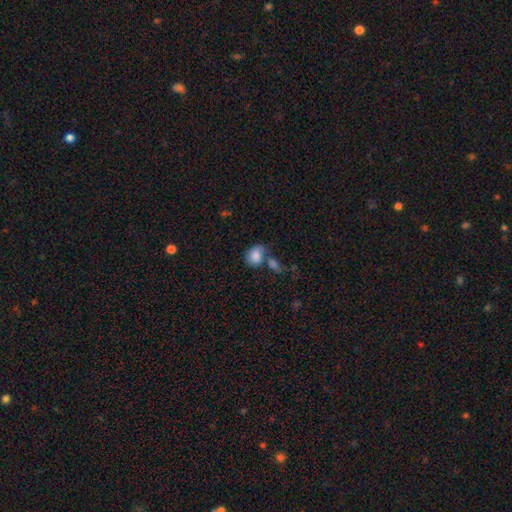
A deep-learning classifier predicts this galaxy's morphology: A smooth galaxy with no disk features (80%) that is in between round and cigar-shaped (61%).

Vote fractions:
- Smooth or featured? smooth: 80% / featured or disk: 11% / star or artifact: 8%
- How rounded? in between: 61% / round: 38% / cigar-shaped: 1%
- Merging? none: 37% (tied) / merger: 37% (tied) / minor disturbance: 18% / major disturbance: 9%